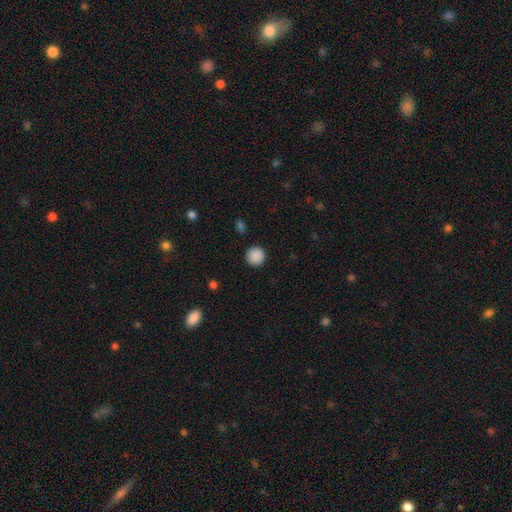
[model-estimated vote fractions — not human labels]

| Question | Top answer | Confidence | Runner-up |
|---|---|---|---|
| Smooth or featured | smooth | 89% | star or artifact (9%) |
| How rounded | round | 95% | in between (4%) |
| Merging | none | 92% | minor disturbance (5%) |